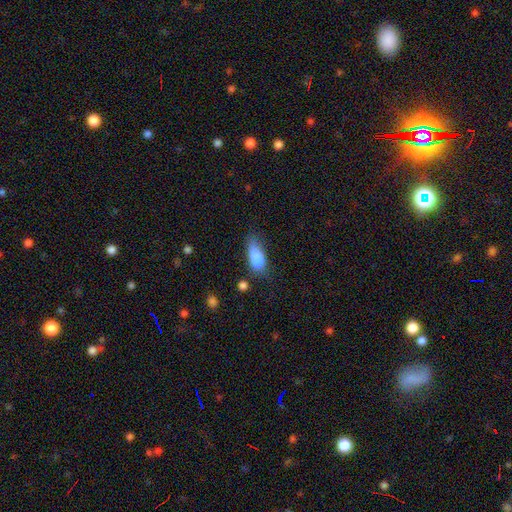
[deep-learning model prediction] This is clearly a smooth galaxy (83%). How rounded: likely in between (78%). Merging: marginally none (43%).